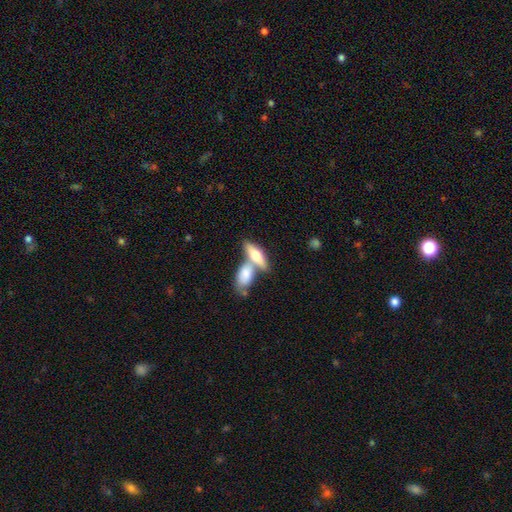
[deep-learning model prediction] A smooth galaxy with no disk features (64%) that is in between round and cigar-shaped (65%).

Vote fractions:
- Smooth or featured? smooth: 64% / featured or disk: 31% / star or artifact: 5%
- How rounded? in between: 65% / cigar-shaped: 32% / round: 4%
- Merging? merger: 54% / none: 34% / minor disturbance: 9% / major disturbance: 4%